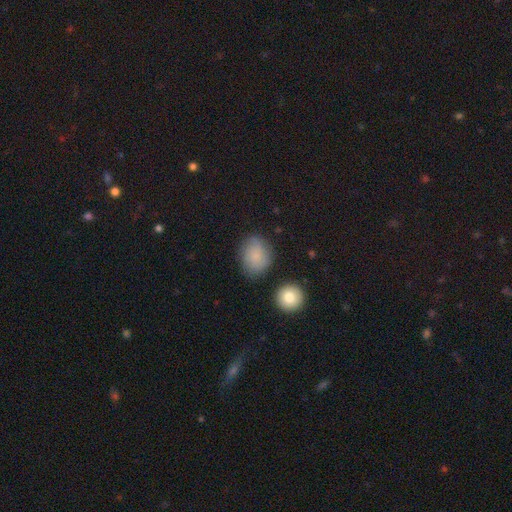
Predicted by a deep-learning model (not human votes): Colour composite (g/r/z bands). It shows a smooth galaxy with no disk features (72%) that is round (54%). Merging: none (74%).